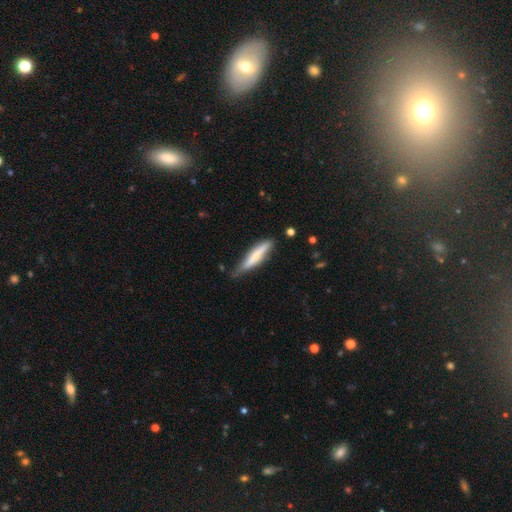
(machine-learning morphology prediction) smooth 65%, featured or disk 29%, star or artifact 6%. Down the decision tree: how rounded — cigar-shaped (86%); merging — none (58%).